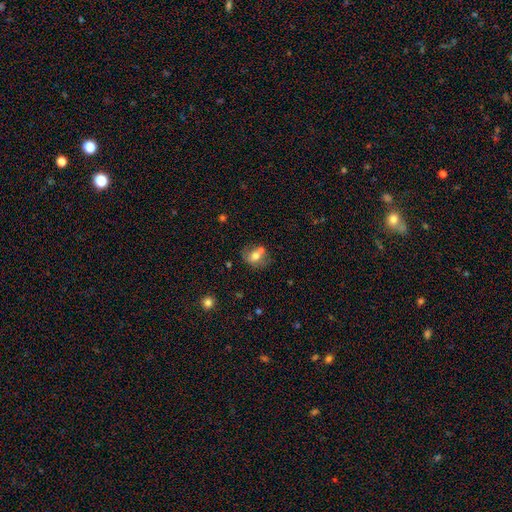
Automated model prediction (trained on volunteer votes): smooth-or-featured: smooth: 65% | featured or disk: 25% | star or artifact: 10%
  how-rounded: round: 56% | in between: 43% | cigar-shaped: 1%
  merging: none: 45% | merger: 32% | minor disturbance: 17% | major disturbance: 6%